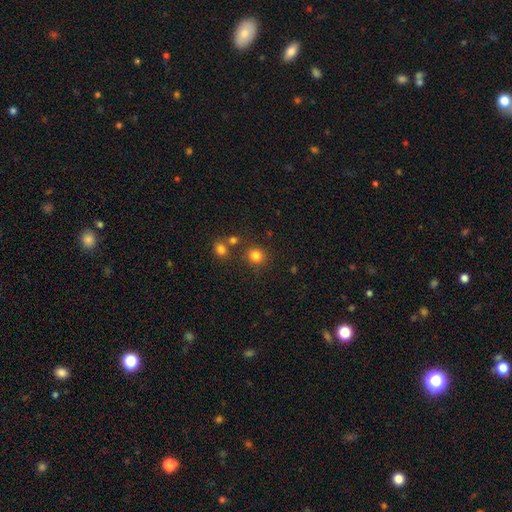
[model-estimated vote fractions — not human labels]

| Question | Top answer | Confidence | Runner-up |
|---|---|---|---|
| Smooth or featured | smooth | 81% | star or artifact (14%) |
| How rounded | round | 85% | in between (14%) |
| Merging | none | 79% | merger (9%) |